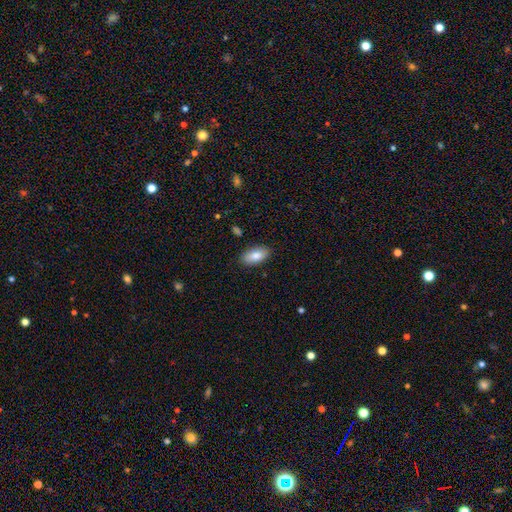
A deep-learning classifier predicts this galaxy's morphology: The model was most divided on "smooth or featured": smooth: 83%, featured or disk: 10%, star or artifact: 7%. More confident: how rounded — in between (92%); merging — none (87%).